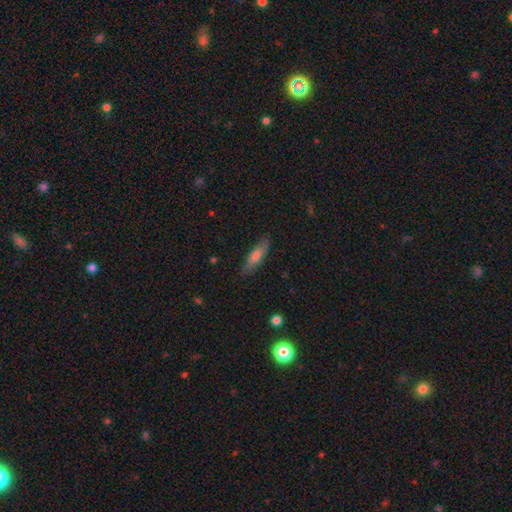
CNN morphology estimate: This is likely a smooth galaxy (69%). How rounded: likely cigar-shaped (64%). Merging: clearly none (84%).